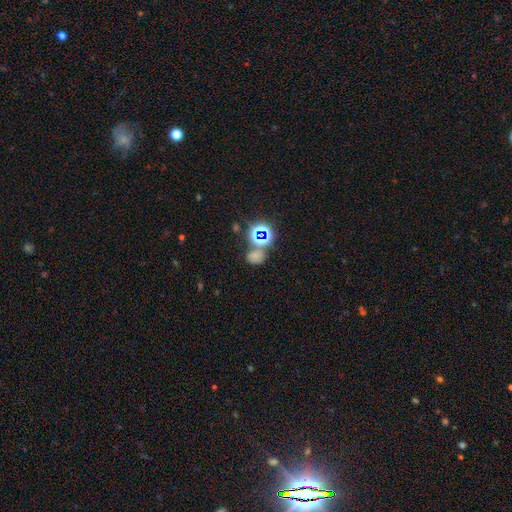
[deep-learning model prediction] Smooth or featured: smooth — 49% (star or artifact — 43%)
Merging: none — 59% (merger — 21%)